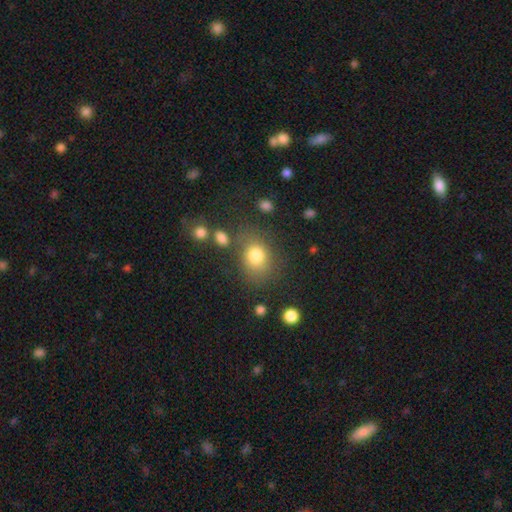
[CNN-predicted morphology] Overall: smooth (78%). How rounded: round (51%; in between 48%). Merging: none (68%).